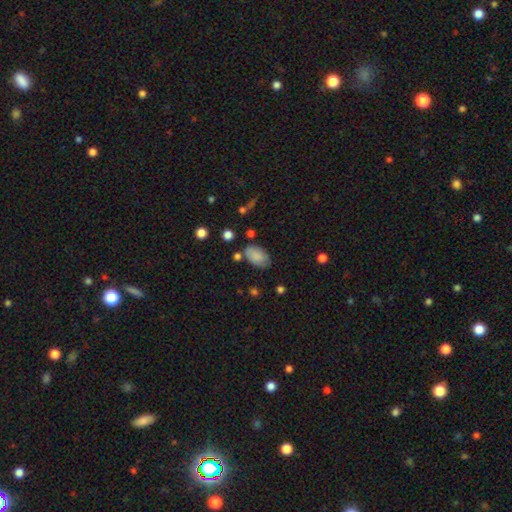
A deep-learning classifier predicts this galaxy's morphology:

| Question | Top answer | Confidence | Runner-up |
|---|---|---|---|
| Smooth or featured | smooth | 83% | featured or disk (9%) |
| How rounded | in between | 92% | round (7%) |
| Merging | none | 69% | minor disturbance (20%) |